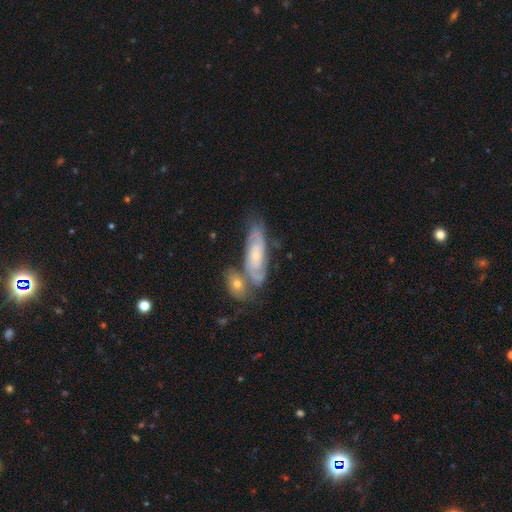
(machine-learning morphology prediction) featured or disk 73%, smooth 21%, star or artifact 7%. Down the decision tree: edge-on disk — no (87%); bar — no (65%); spiral arms — yes (91%); spiral arm count — 2 (53%); spiral winding — tight (54%); bulge size — small (63%); merging — none (48%).